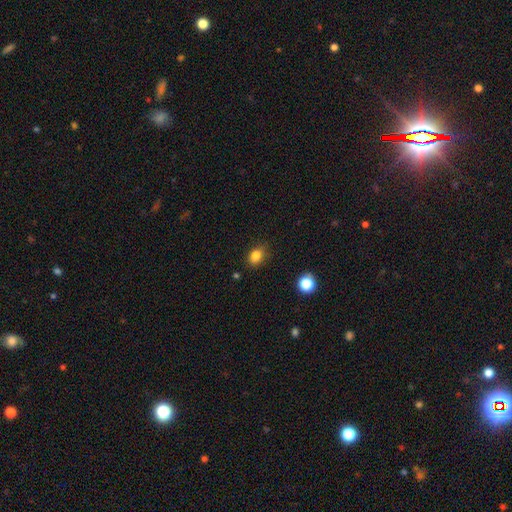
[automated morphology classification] This appears to be a smooth galaxy with no disk features (82%) that is in between round and cigar-shaped (64%). Merging: none (84%).